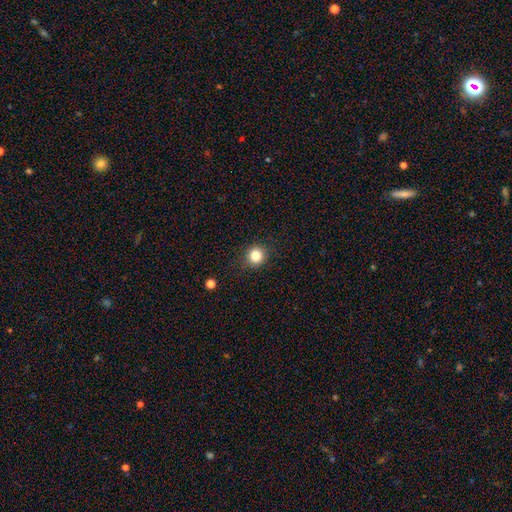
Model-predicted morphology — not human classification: This is clearly a smooth galaxy (82%). How rounded: clearly round (90%). Merging: clearly none (89%).